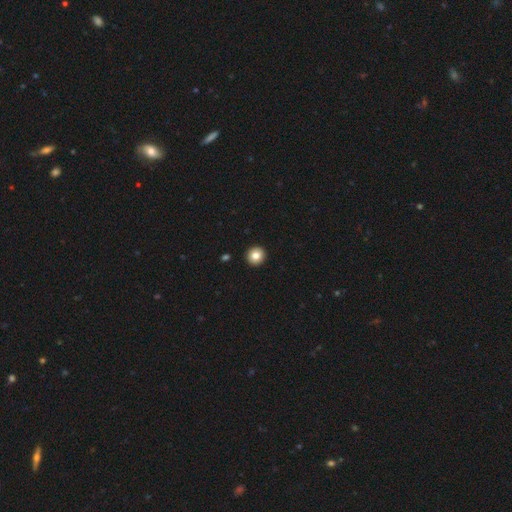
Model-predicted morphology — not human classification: A smooth galaxy with no disk features (82%) that is round (94%).

Vote fractions:
- Smooth or featured? smooth: 82% / star or artifact: 9% / featured or disk: 8%
- How rounded? round: 94% / in between: 5% / cigar-shaped: 1%
- Merging? none: 94% / minor disturbance: 4% / major disturbance: 1% / merger: 1%